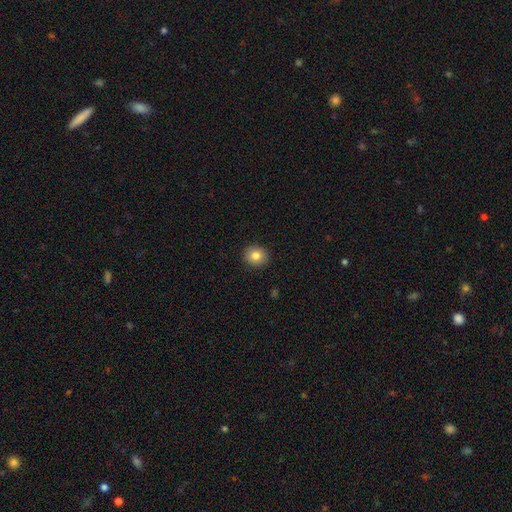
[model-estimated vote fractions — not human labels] smooth 82%, star or artifact 9%, featured or disk 9%. Down the decision tree: how rounded — round (86%); merging — none (92%).